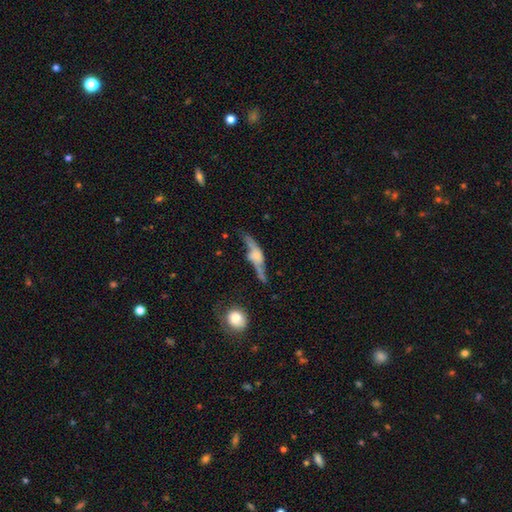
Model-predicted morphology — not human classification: Q: Smooth or featured?
A: featured or disk (69%); runner-up: smooth (23%)
Q: Edge-on disk?
A: yes (72%); runner-up: no (28%)
Q: Merging?
A: none (52%); runner-up: minor disturbance (24%)